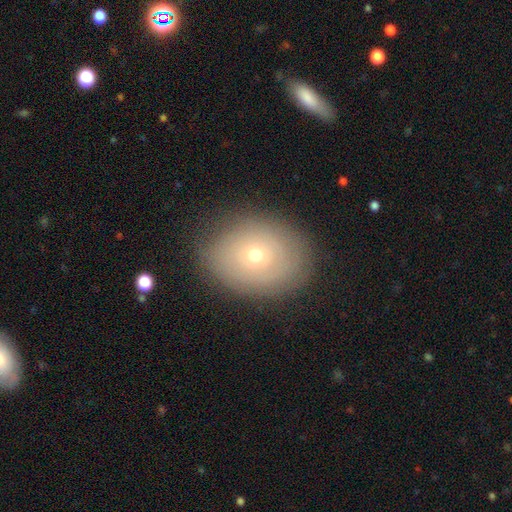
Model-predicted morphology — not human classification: Smooth or featured?
  - smooth: 60% *
  - featured or disk: 28%
  - star or artifact: 12%
How rounded?
  - in between: 62% *
  - round: 37%
  - cigar-shaped: 1%
Merging?
  - none: 82% *
  - minor disturbance: 13%
  - major disturbance: 4%
  - merger: 1%